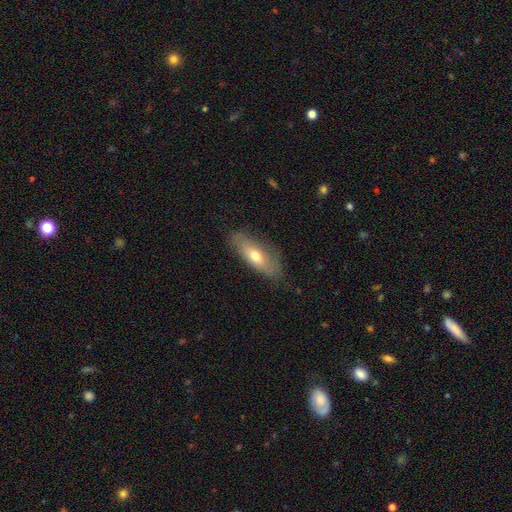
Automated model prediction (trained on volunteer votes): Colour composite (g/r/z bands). It shows a smooth galaxy with no disk features (63%) that is in between round and cigar-shaped (64%). Merging: none (77%).